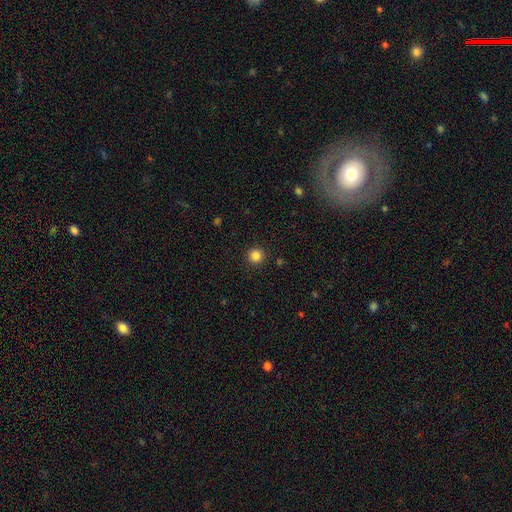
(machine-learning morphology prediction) type=smooth (85%); roundness=round (95%); merging=none (92%).